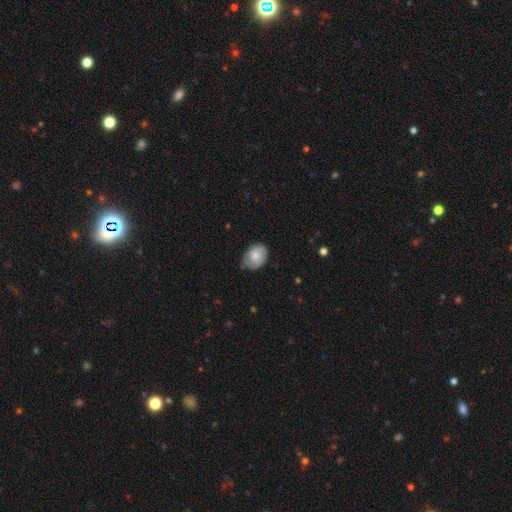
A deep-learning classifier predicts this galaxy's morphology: This is likely a smooth galaxy (67%). How rounded: likely in between (63%). Merging: likely none (72%).